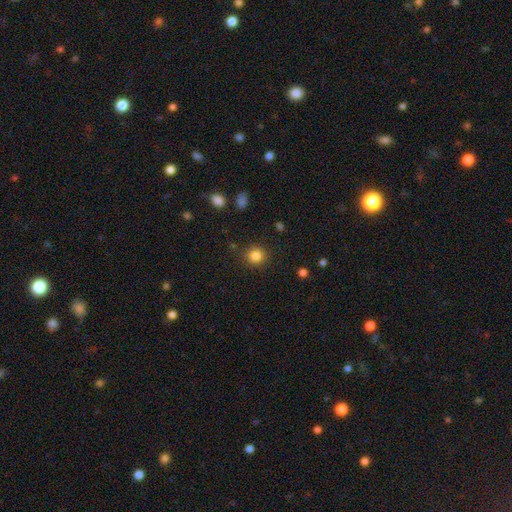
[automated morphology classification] A smooth galaxy with no disk features (84%) that is round (91%). Merging: none (88%).